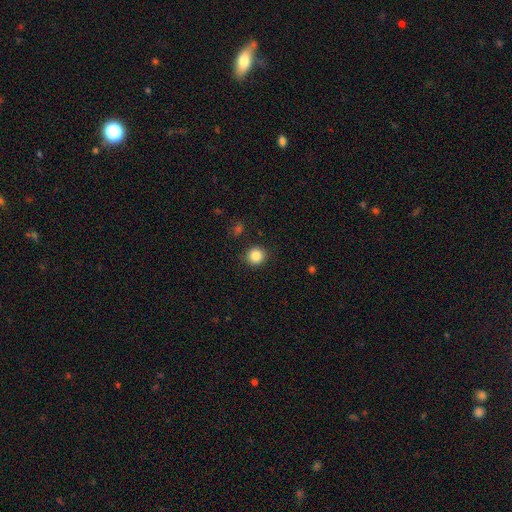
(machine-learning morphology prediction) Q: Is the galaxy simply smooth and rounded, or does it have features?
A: smooth — 86%.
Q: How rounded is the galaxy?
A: round — 90%.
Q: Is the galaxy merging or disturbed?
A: none — 89%.